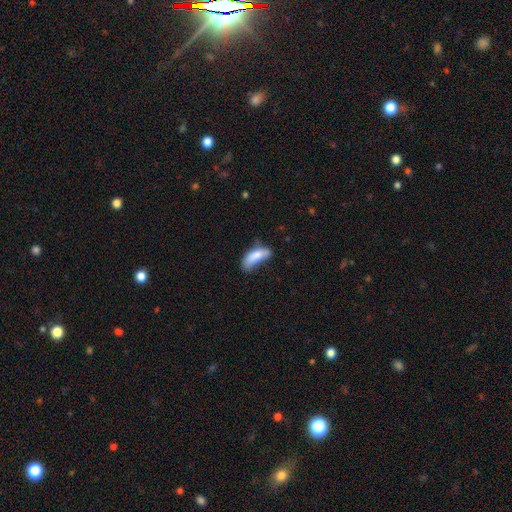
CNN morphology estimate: Smooth or featured: smooth — 77% (featured or disk — 15%)
How rounded: in between — 71% (cigar-shaped — 26%)
Merging: minor disturbance — 37% (none — 32%)